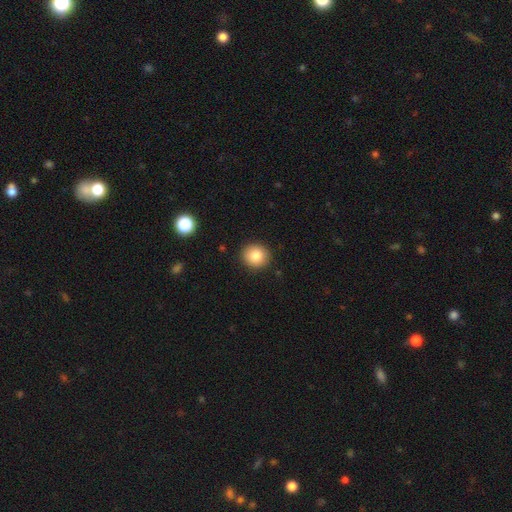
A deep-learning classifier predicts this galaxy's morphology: This appears to be a smooth galaxy with no disk features (83%) that is round (89%). Merging: none (91%).